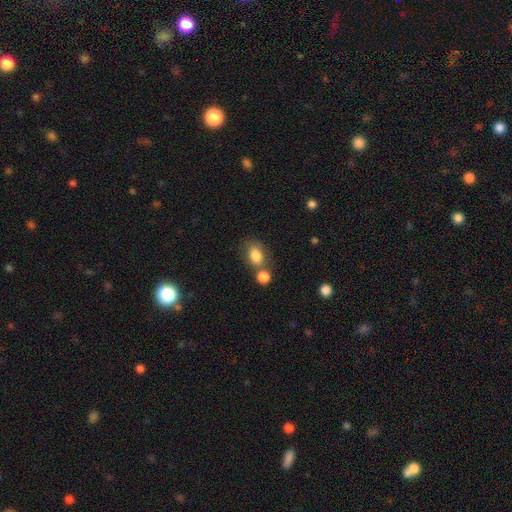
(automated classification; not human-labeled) Overall: smooth (83%). How rounded: in between (72%). Merging: none (50%; merger 31%).